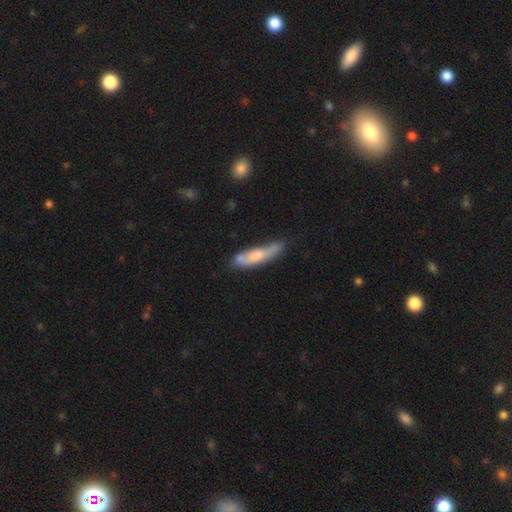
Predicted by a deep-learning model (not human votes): smooth_or_featured: smooth (p=0.45) [alt: featured or disk p=0.44]
merging: none (p=0.69) [alt: minor disturbance p=0.22]